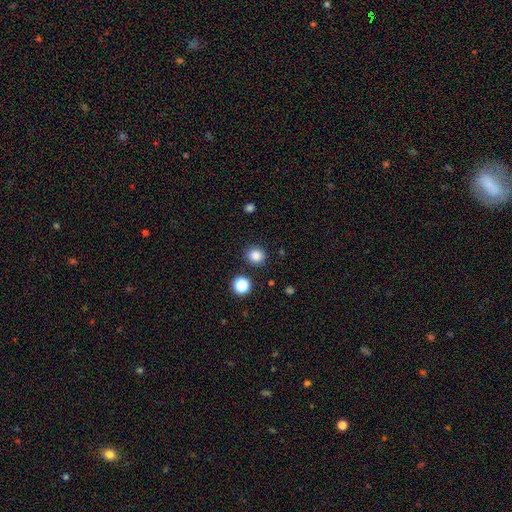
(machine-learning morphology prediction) A smooth galaxy with no disk features (84%) that is round (86%). Merging: none (89%).